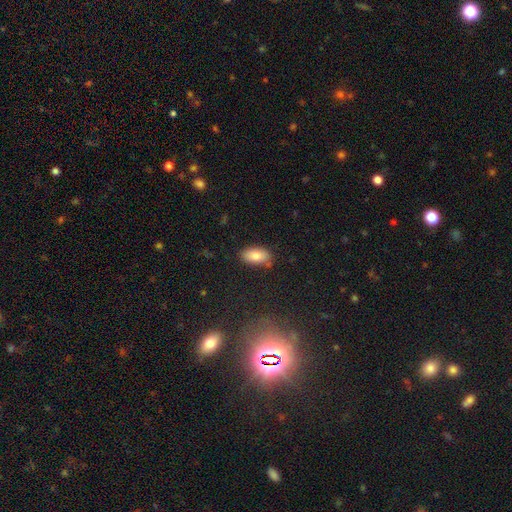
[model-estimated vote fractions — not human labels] Morphology: type=smooth (83%); roundness=in between (92%); merging=none (81%).